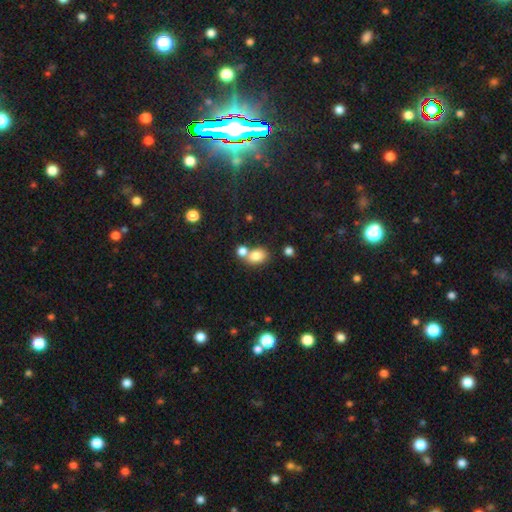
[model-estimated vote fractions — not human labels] smooth-or-featured: smooth: 80% | star or artifact: 11% | featured or disk: 9%
  how-rounded: in between: 65% | round: 34% | cigar-shaped: 1%
  merging: none: 45% | merger: 40% | minor disturbance: 11% | major disturbance: 4%